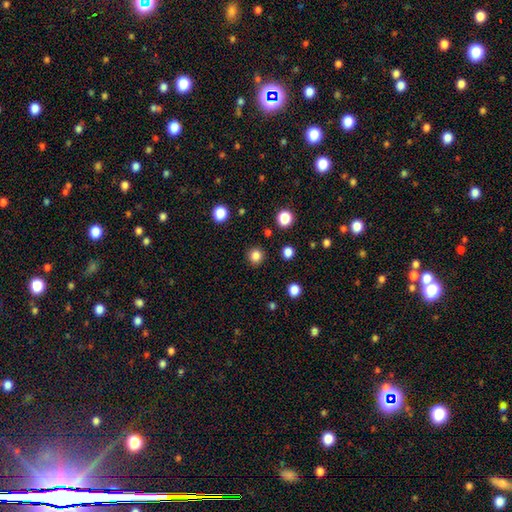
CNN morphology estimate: Smooth or featured: smooth — 83% (star or artifact — 13%)
How rounded: round — 94% (in between — 5%)
Merging: none — 91% (minor disturbance — 5%)